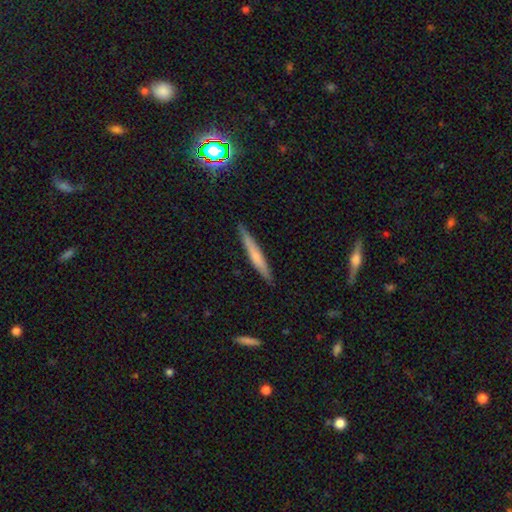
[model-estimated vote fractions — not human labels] smooth_or_featured: smooth (p=0.56) [alt: featured or disk p=0.38]
how_rounded: cigar-shaped (p=0.95) [alt: in between p=0.03]
merging: none (p=0.88) [alt: minor disturbance p=0.09]